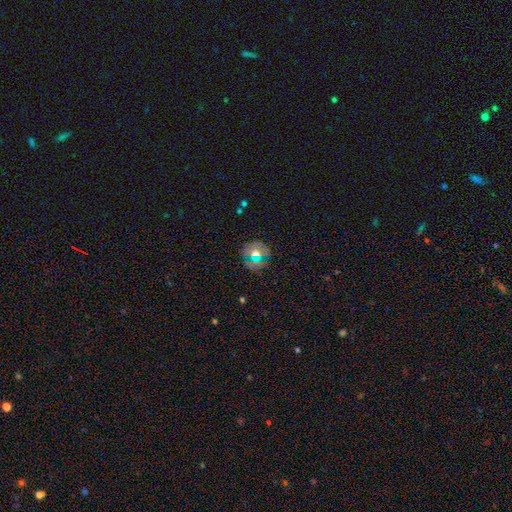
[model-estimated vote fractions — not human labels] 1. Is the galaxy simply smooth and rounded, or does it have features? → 49% smooth, 36% featured or disk, 15% star or artifact.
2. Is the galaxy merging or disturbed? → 74% none, 16% minor disturbance, 6% major disturbance, 4% merger.